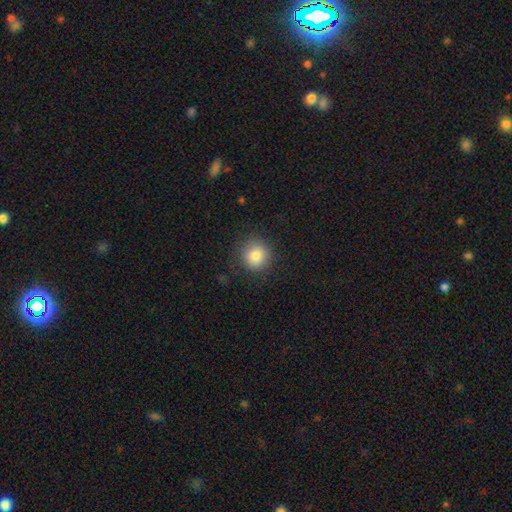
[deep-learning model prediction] Q: Smooth or featured?
A: smooth (83%); runner-up: star or artifact (10%)
Q: How rounded?
A: round (91%); runner-up: in between (8%)
Q: Merging?
A: none (87%); runner-up: minor disturbance (9%)